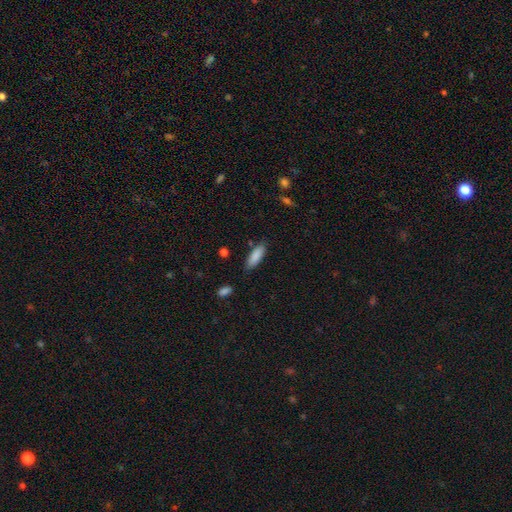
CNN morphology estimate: Smooth or featured? Predicted: smooth (p=0.88). How rounded? Predicted: in between (p=0.56). Merging? Predicted: none (p=0.82).